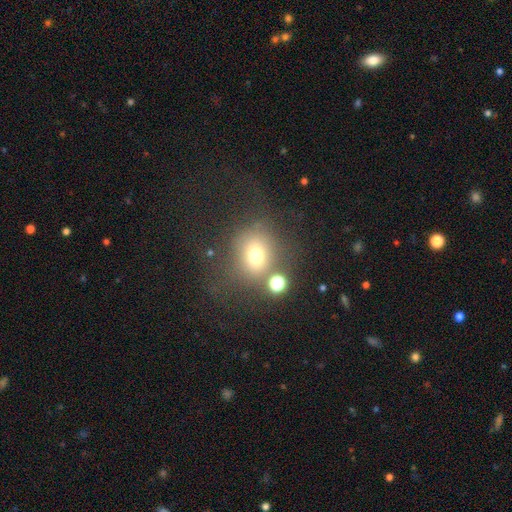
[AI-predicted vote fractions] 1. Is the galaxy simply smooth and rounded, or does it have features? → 67% smooth, 19% star or artifact, 14% featured or disk.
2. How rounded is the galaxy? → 76% round, 23% in between, 1% cigar-shaped.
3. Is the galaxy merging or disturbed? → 64% none, 14% minor disturbance, 12% merger, 10% major disturbance.